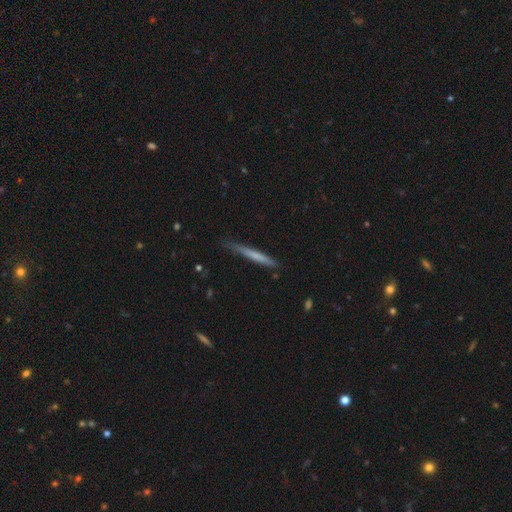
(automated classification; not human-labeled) smooth 60%, featured or disk 34%, star or artifact 6%. Down the decision tree: how rounded — cigar-shaped (96%); merging — none (73%).